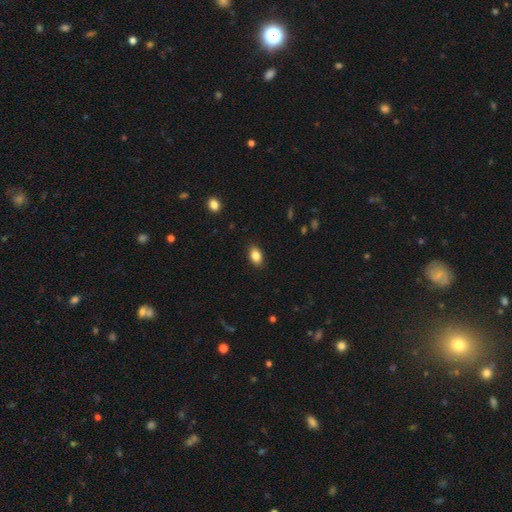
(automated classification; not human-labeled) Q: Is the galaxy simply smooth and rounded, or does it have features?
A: smooth — 87%.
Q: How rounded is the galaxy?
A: in between — 87%.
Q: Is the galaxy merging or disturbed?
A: none — 89%.